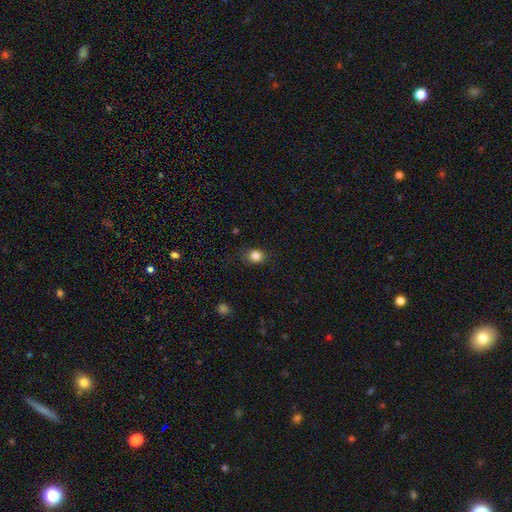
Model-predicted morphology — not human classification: smooth-or-featured: smooth: 84% | star or artifact: 11% | featured or disk: 5%
  how-rounded: round: 65% | in between: 34% | cigar-shaped: 1%
  merging: none: 81% | minor disturbance: 14% | major disturbance: 4% | merger: 1%